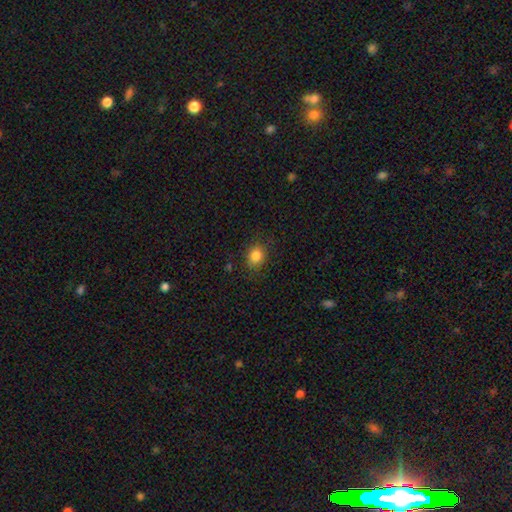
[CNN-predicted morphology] This appears to be a smooth galaxy with no disk features (84%) that is round (52%). Merging: none (84%).